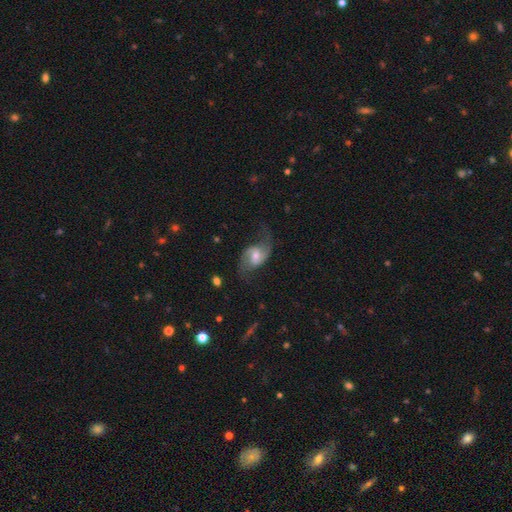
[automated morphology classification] Smooth or featured: featured or disk — 82% (smooth — 12%)
Edge-on disk: no — 97% (yes — 3%)
Bar: weak — 47% (no — 40%)
Spiral arms: yes — 95% (no — 5%)
Spiral winding: loose — 62% (medium — 31%)
Spiral arm count: 2 — 92% (can't tell — 3%)
Bulge size: moderate — 58% (small — 31%)
Merging: none — 68% (minor disturbance — 17%)